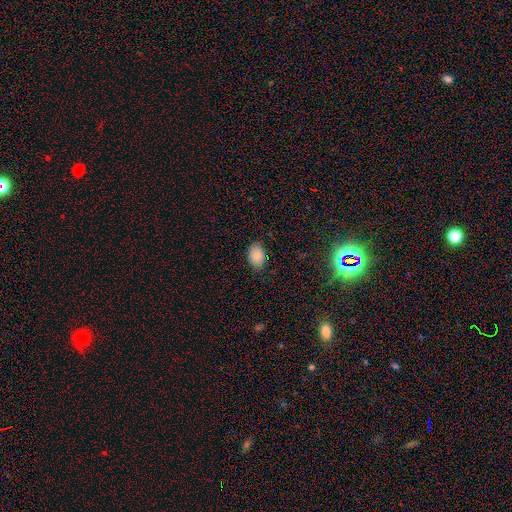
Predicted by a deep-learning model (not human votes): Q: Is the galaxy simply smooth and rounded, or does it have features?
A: smooth — 87%.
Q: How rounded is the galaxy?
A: in between — 86%.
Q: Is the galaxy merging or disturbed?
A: none — 80%.